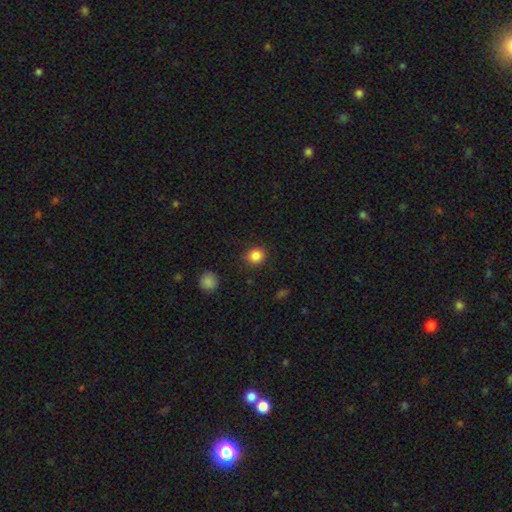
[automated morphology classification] type=smooth (85%); roundness=round (86%); merging=none (88%).